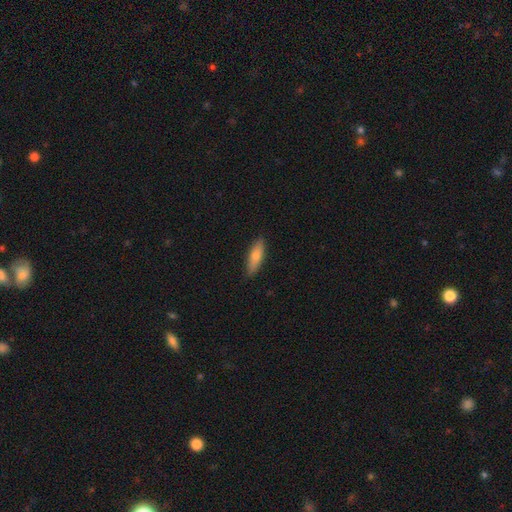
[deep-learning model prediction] smooth 71%, featured or disk 23%, star or artifact 6%. Down the decision tree: how rounded — cigar-shaped (57%); merging — none (88%).